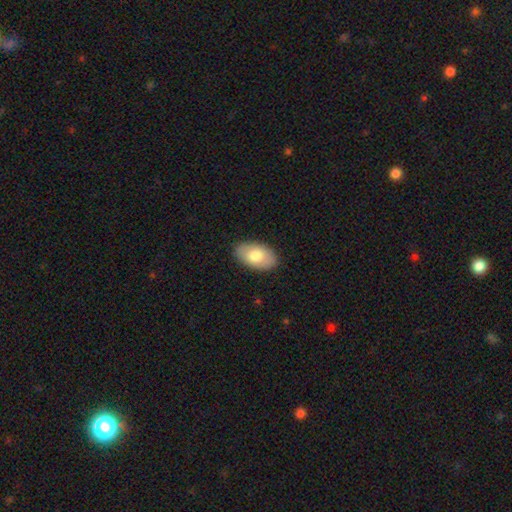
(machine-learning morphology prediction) The model was most divided on "smooth or featured": smooth: 77%, featured or disk: 17%, star or artifact: 6%. More confident: how rounded — in between (94%); merging — none (87%).